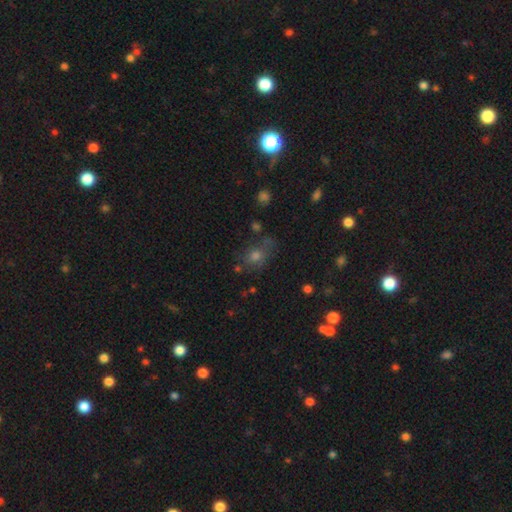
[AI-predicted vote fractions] smooth 59%, star or artifact 26%, featured or disk 14%. Down the decision tree: how rounded — round (58%); merging — none (65%).